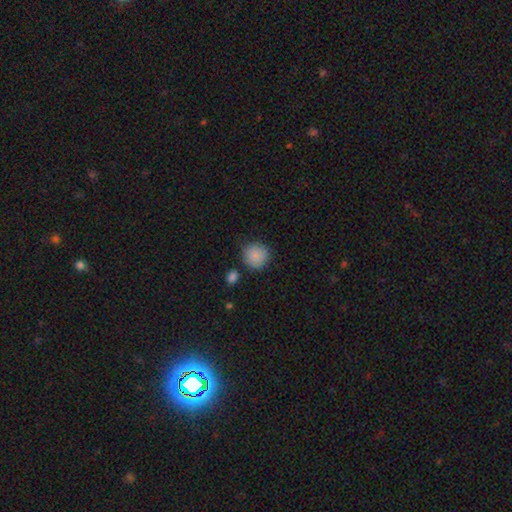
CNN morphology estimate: Smooth or featured: smooth — 86% (star or artifact — 8%)
How rounded: round — 92% (in between — 7%)
Merging: none — 82% (minor disturbance — 11%)